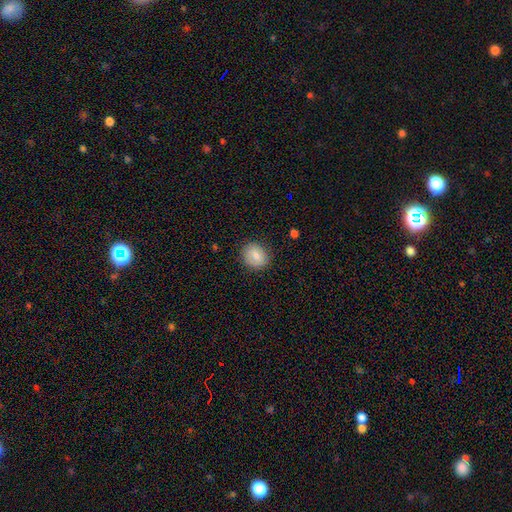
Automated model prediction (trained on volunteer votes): smooth-or-featured: smooth: 79% | featured or disk: 13% | star or artifact: 8%
  how-rounded: round: 68% | in between: 30% | cigar-shaped: 1%
  merging: none: 84% | minor disturbance: 12% | major disturbance: 3% | merger: 1%